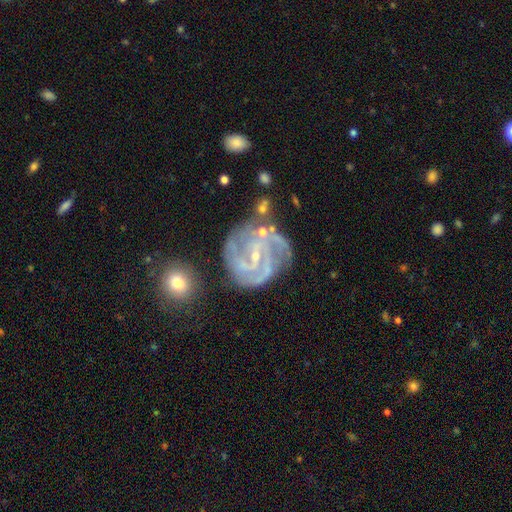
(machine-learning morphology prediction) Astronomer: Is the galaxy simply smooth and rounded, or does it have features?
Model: featured or disk — 87%.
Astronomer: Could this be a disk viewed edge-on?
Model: no — 98%.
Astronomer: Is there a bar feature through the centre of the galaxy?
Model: weak — 45% (runner-up: no, 33%).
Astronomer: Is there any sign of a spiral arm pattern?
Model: yes — 96%.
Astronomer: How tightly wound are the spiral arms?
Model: tight — 57% (runner-up: medium, 35%).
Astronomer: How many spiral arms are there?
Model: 3 — 34% (runner-up: can't tell, 20%).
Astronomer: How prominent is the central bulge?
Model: small — 75%.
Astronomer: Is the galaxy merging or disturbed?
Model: none — 58%.